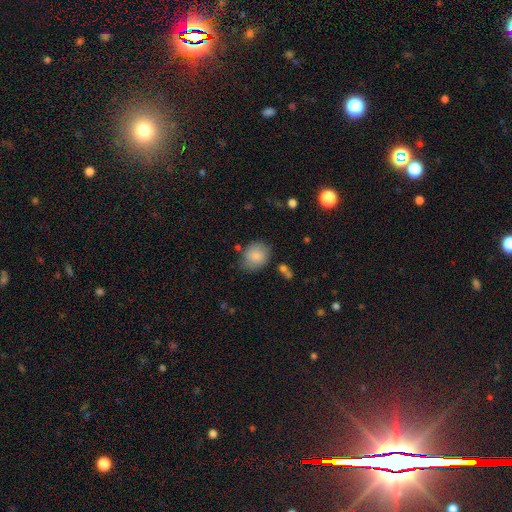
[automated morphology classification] Smooth or featured: smooth — 83% (featured or disk — 9%)
How rounded: round — 69% (in between — 30%)
Merging: none — 69% (minor disturbance — 21%)